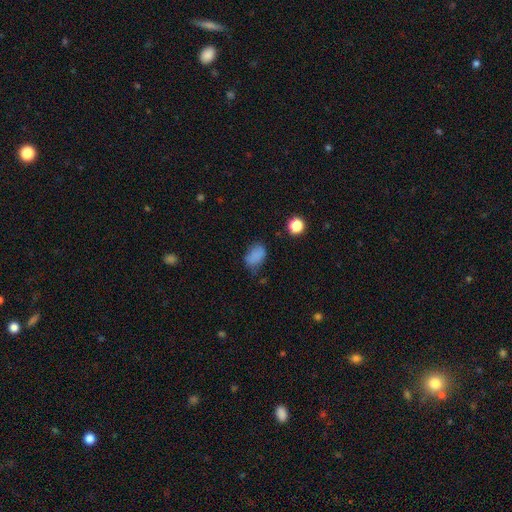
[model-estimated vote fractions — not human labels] Smooth or featured? Predicted: smooth (p=0.79). How rounded? Predicted: in between (p=0.82). Merging? Predicted: none (p=0.57).